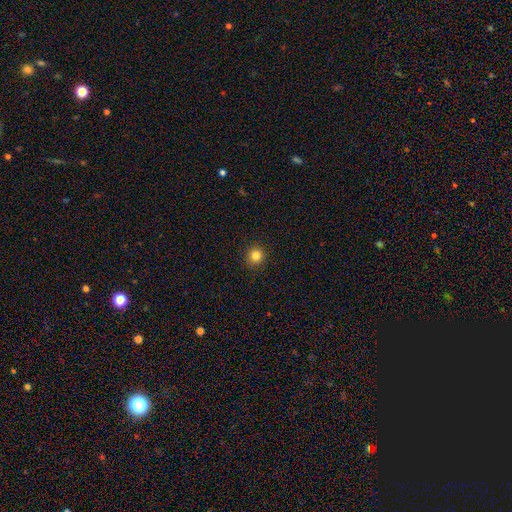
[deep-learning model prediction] Smooth or featured: smooth — 83% (star or artifact — 12%)
How rounded: round — 94% (in between — 5%)
Merging: none — 92% (minor disturbance — 6%)